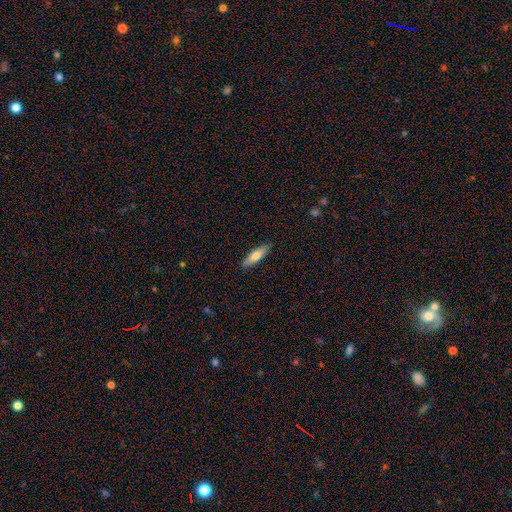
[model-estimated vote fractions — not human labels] This is likely a smooth galaxy (69%). How rounded: possibly cigar-shaped (58%). Merging: clearly none (89%).